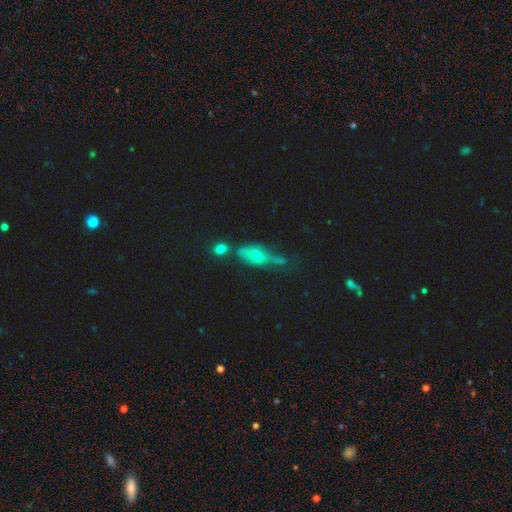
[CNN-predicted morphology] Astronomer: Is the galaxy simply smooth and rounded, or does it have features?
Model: featured or disk — 42% (runner-up: smooth, 40%).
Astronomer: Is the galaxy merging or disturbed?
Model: none — 40% (runner-up: minor disturbance, 24%).